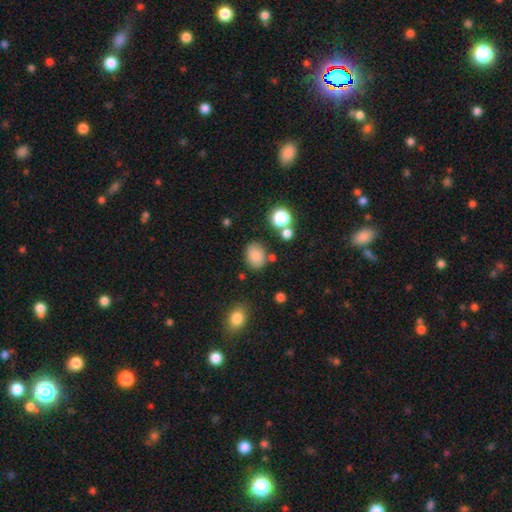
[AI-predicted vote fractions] A smooth galaxy with no disk features (81%) that is in between round and cigar-shaped (59%).

Vote fractions:
- Smooth or featured? smooth: 81% / star or artifact: 12% / featured or disk: 7%
- How rounded? in between: 59% / round: 40% / cigar-shaped: 1%
- Merging? none: 77% / minor disturbance: 13% / merger: 6% / major disturbance: 4%